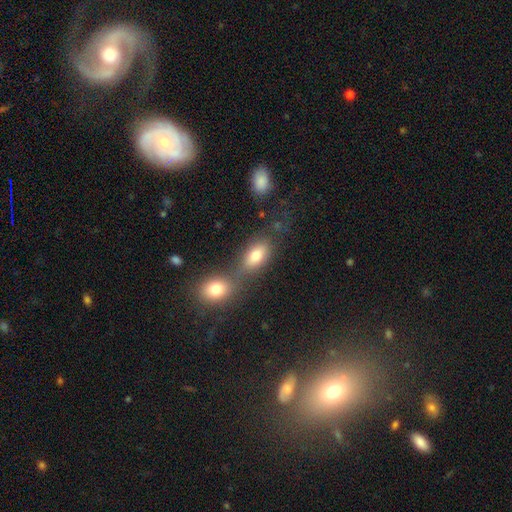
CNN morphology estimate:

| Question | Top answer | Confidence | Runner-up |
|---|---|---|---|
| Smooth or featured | smooth | 76% | featured or disk (13%) |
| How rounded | in between | 84% | round (11%) |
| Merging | none | 43% | merger (41%) |